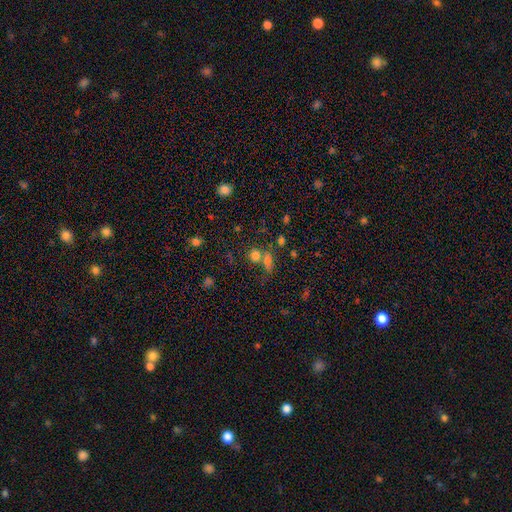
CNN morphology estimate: smooth-or-featured: smooth: 72% | star or artifact: 19% | featured or disk: 9%
  how-rounded: round: 71% | in between: 26% | cigar-shaped: 3%
  merging: none: 48% | merger: 36% | minor disturbance: 9% | major disturbance: 6%